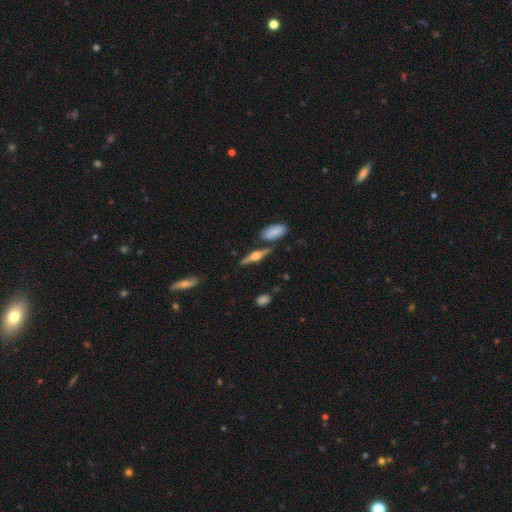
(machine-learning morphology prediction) Smooth or featured? Predicted: featured or disk (p=0.72). Edge-on disk? Predicted: yes (p=0.97). Edge-on bulge? Predicted: rounded (p=0.92). Merging? Predicted: none (p=0.79).